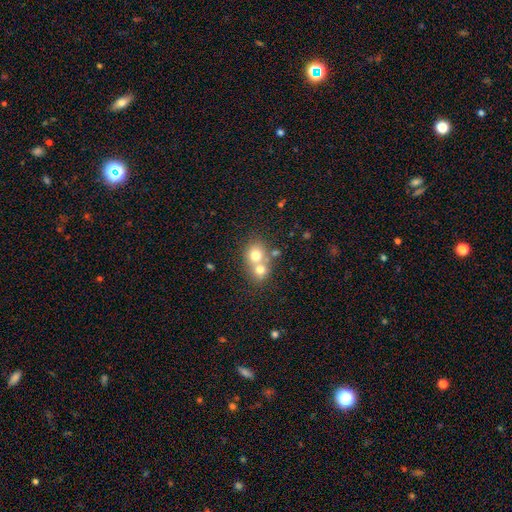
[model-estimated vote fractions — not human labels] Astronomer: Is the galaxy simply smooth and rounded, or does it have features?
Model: smooth — 70%.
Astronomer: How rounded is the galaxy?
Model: round — 74%.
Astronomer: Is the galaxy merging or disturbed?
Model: merger — 62%.